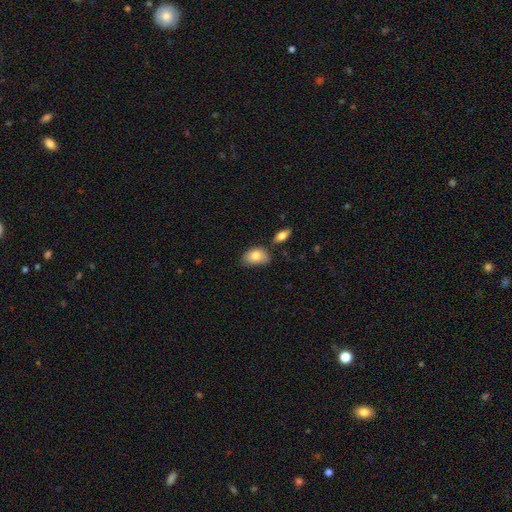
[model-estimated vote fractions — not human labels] Q: Smooth or featured?
A: smooth (80%); runner-up: featured or disk (13%)
Q: How rounded?
A: in between (86%); runner-up: round (13%)
Q: Merging?
A: none (56%); runner-up: minor disturbance (29%)